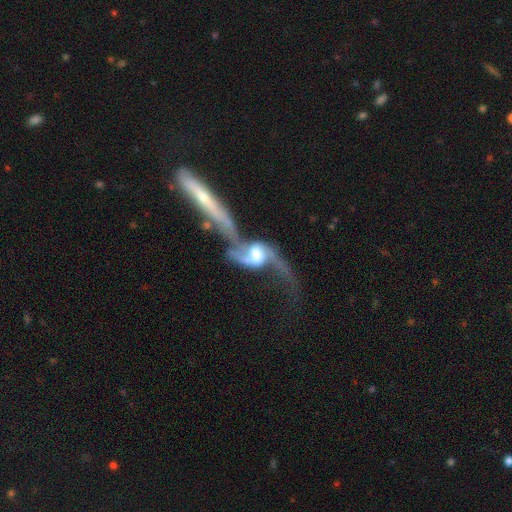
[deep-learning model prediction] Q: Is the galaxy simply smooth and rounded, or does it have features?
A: featured or disk — 82%.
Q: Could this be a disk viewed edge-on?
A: no — 91%.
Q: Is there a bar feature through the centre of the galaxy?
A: no — 47%.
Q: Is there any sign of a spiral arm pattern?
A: yes — 91%.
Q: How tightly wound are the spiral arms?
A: loose — 87%.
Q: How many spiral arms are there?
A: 2 — 90%.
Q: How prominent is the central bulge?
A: large — 35%.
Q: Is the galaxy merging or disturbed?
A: merger — 58%.